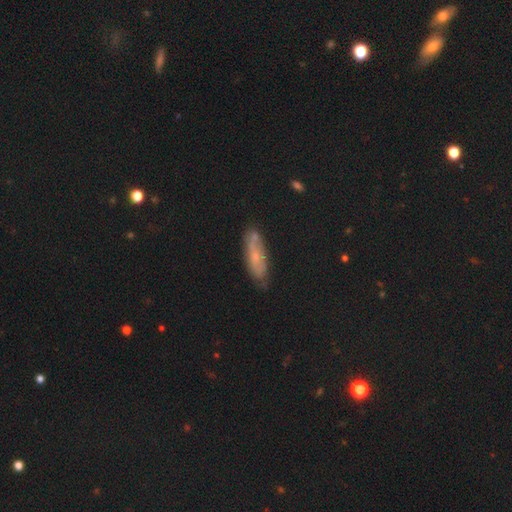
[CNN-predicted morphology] type=smooth (45%); merging=none (72%).